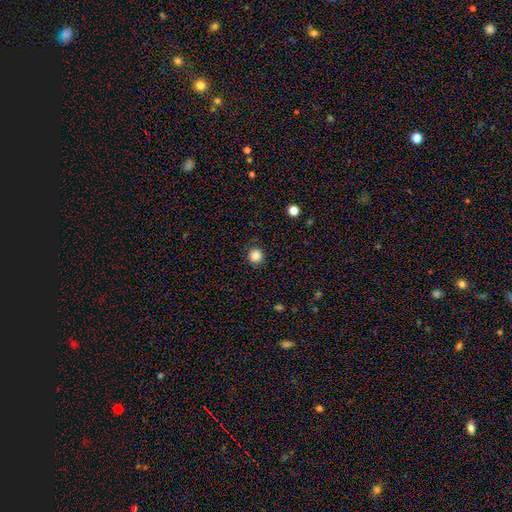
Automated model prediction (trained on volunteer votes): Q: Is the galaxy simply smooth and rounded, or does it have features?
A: smooth — 85%.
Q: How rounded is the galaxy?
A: round — 93%.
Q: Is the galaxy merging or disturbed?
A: none — 90%.